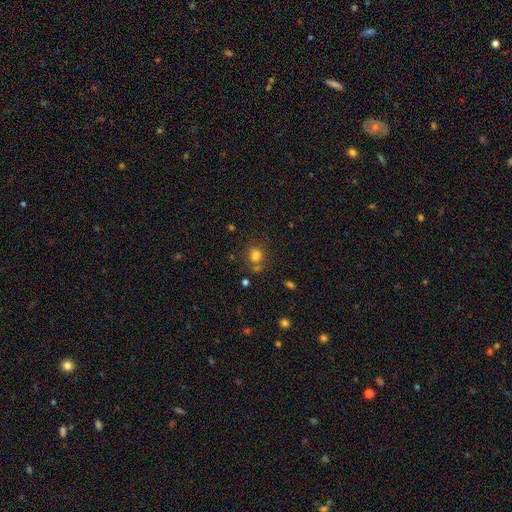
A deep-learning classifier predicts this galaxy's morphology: This appears to be a smooth galaxy with no disk features (77%) that is round (66%). Merging: none (62%).